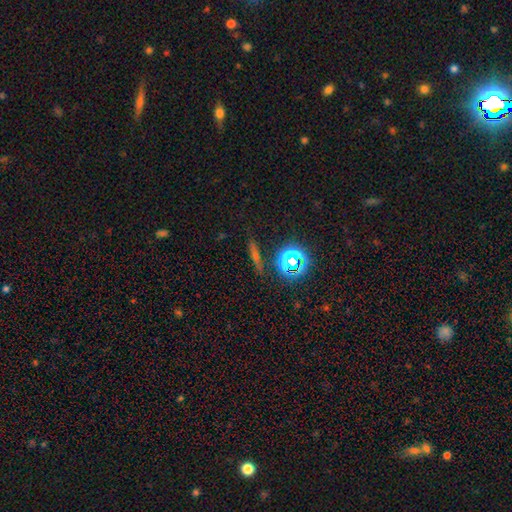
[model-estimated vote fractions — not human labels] smooth_or_featured: star or artifact (p=0.41) [alt: featured or disk p=0.29]